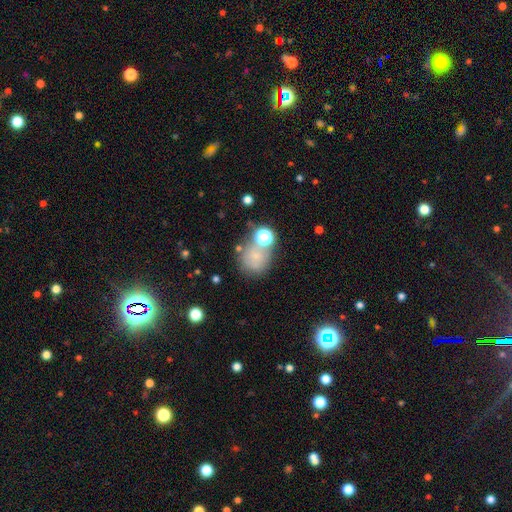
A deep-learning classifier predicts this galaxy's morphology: Smooth or featured? smooth (56%)
How rounded? round (79%)
Merging? none (54%)